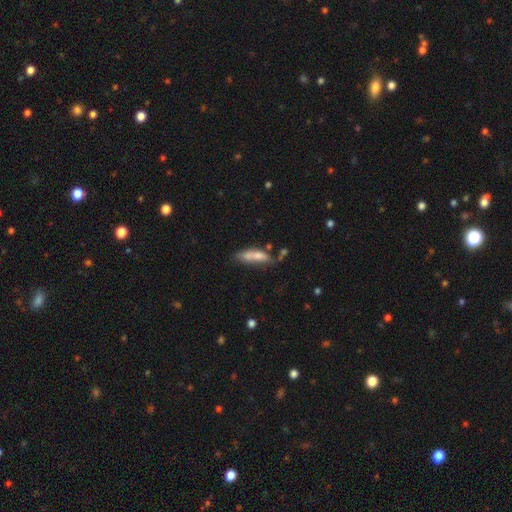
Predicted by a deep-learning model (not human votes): smooth 67%, featured or disk 24%, star or artifact 8%. Down the decision tree: how rounded — cigar-shaped (55%); merging — none (39%).